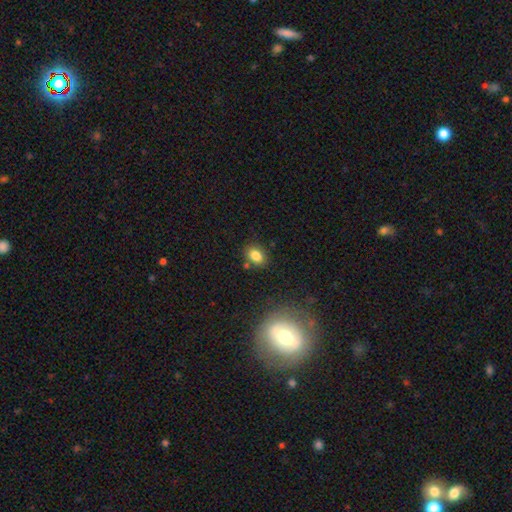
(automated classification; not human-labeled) A smooth galaxy with no disk features (83%) that is in between round and cigar-shaped (73%).

Vote fractions:
- Smooth or featured? smooth: 83% / star or artifact: 10% / featured or disk: 7%
- How rounded? in between: 73% / round: 26% / cigar-shaped: 1%
- Merging? none: 79% / minor disturbance: 12% / merger: 6% / major disturbance: 3%